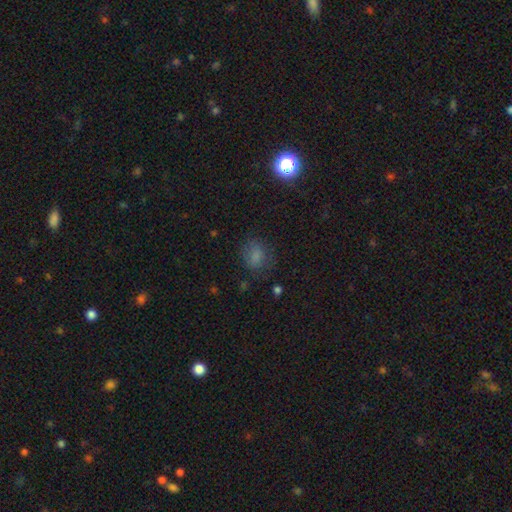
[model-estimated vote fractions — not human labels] This appears to be a smooth galaxy with no disk features (74%) that is in between round and cigar-shaped (55%). Merging: none (70%).